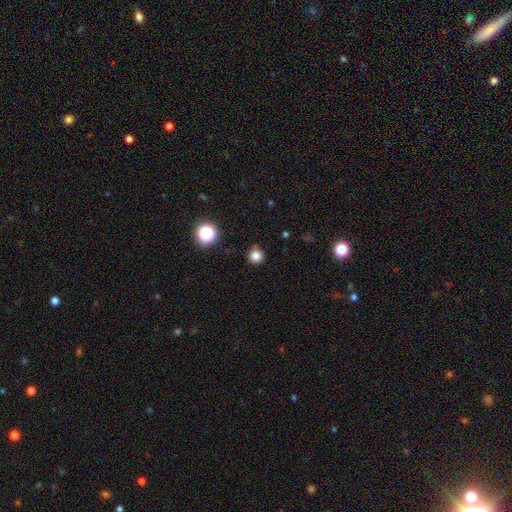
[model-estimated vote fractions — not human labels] Smooth or featured? smooth (82%)
How rounded? round (95%)
Merging? none (90%)